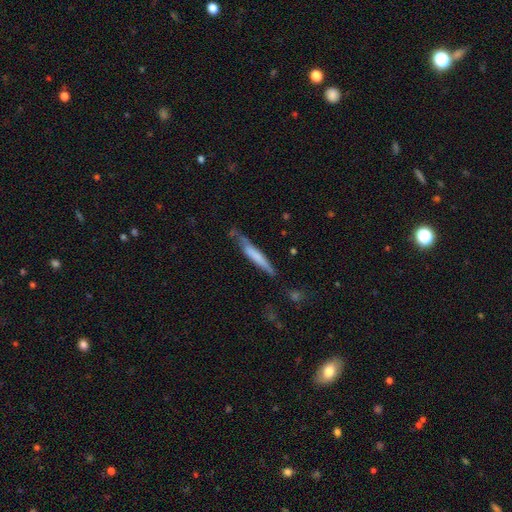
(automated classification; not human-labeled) Morphology: type=smooth (60%); roundness=cigar-shaped (93%); merging=none (58%).